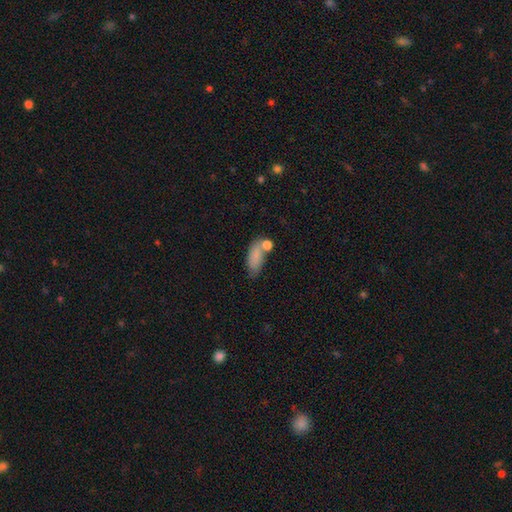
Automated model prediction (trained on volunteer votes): Q: Smooth or featured?
A: smooth (81%); runner-up: featured or disk (11%)
Q: How rounded?
A: in between (85%); runner-up: cigar-shaped (10%)
Q: Merging?
A: none (45%); runner-up: merger (25%)